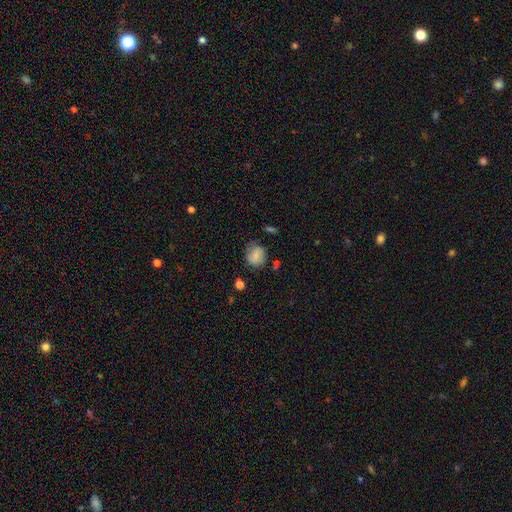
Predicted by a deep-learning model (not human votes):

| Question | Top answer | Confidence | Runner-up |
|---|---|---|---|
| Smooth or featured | smooth | 73% | featured or disk (18%) |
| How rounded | round | 68% | in between (31%) |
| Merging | none | 62% | minor disturbance (27%) |